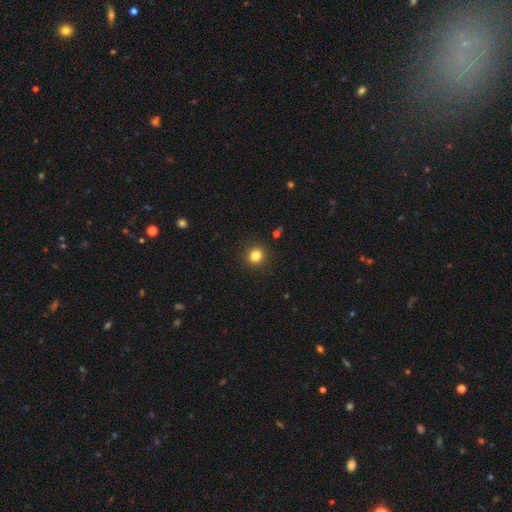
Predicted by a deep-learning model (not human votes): smooth-or-featured: smooth: 83% | star or artifact: 12% | featured or disk: 5%
  how-rounded: round: 88% | in between: 11% | cigar-shaped: 1%
  merging: none: 91% | minor disturbance: 6% | major disturbance: 2% | merger: 1%